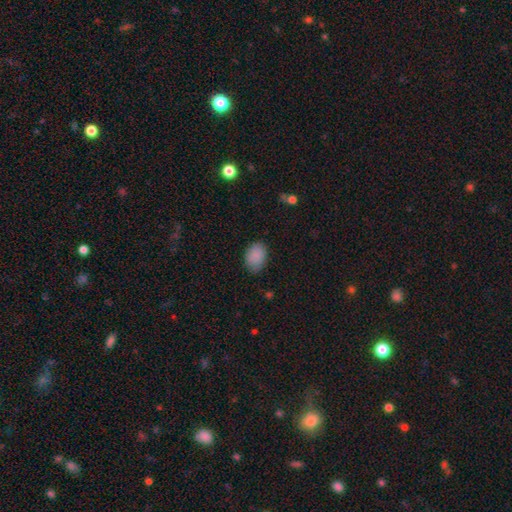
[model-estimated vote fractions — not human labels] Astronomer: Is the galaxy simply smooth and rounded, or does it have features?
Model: smooth — 89%.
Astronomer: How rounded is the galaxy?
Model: in between — 82%.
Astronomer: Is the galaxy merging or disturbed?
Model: none — 80%.